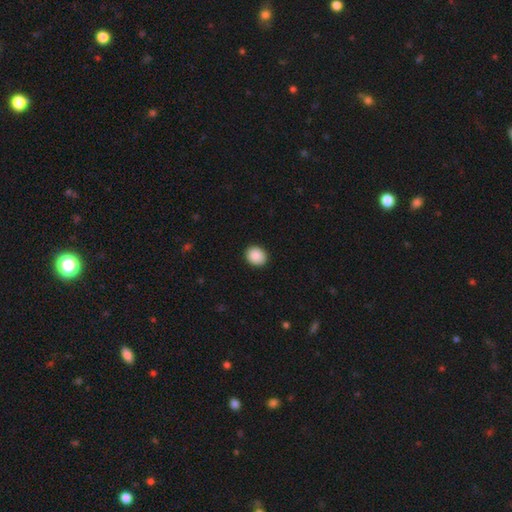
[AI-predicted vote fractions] A smooth galaxy with no disk features (90%) that is round (63%). Merging: none (90%).